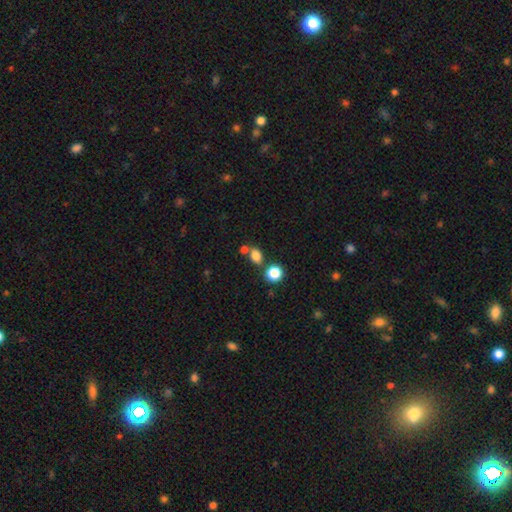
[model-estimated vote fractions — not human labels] smooth-or-featured: smooth: 80% | star or artifact: 14% | featured or disk: 6%
  how-rounded: in between: 65% | round: 33% | cigar-shaped: 2%
  merging: none: 62% | merger: 23% | minor disturbance: 11% | major disturbance: 4%